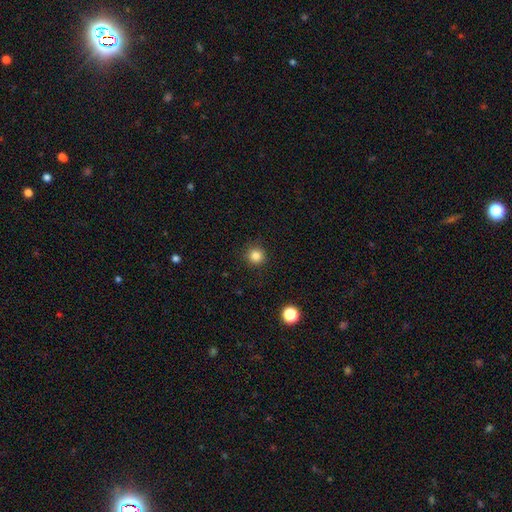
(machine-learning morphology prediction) smooth 84%, star or artifact 12%, featured or disk 4%. Down the decision tree: how rounded — round (95%); merging — none (91%).